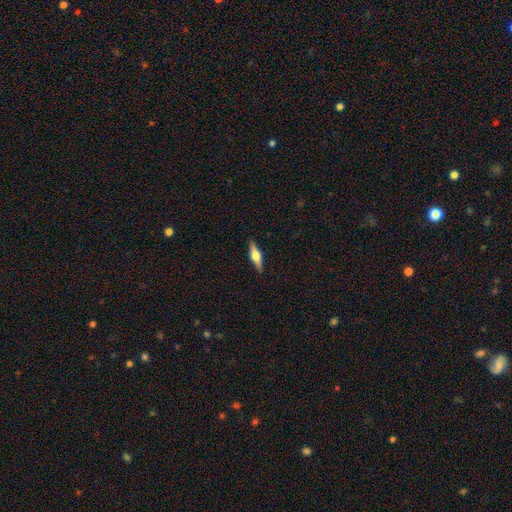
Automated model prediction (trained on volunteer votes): Smooth or featured? Predicted: featured or disk (p=0.59). Edge-on disk? Predicted: yes (p=0.96). Edge-on bulge? Predicted: rounded (p=0.93). Merging? Predicted: none (p=0.90).